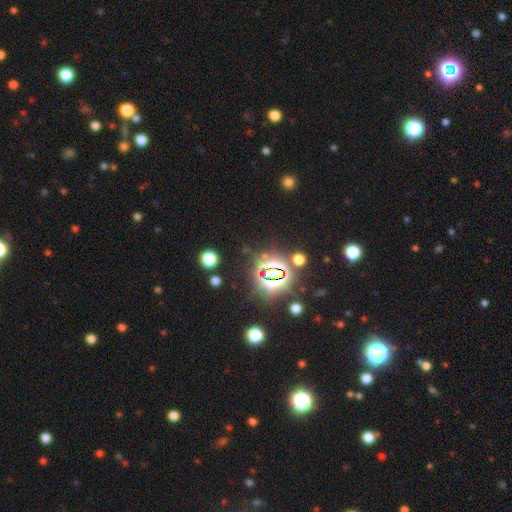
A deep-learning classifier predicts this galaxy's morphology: smooth-or-featured: star or artifact: 79% | smooth: 14% | featured or disk: 7%